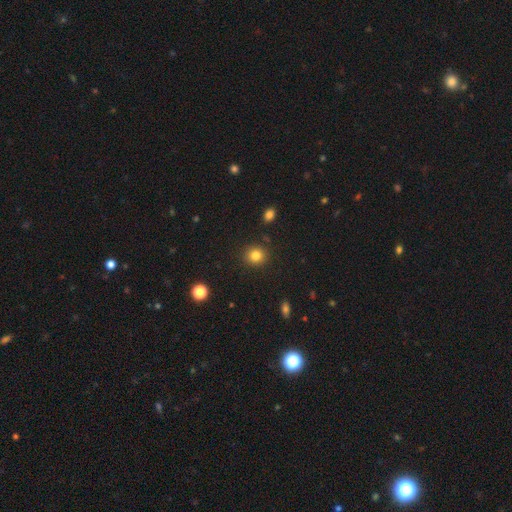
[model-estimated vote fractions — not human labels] Smooth or featured: smooth — 83% (star or artifact — 11%)
How rounded: round — 86% (in between — 13%)
Merging: none — 89% (minor disturbance — 7%)